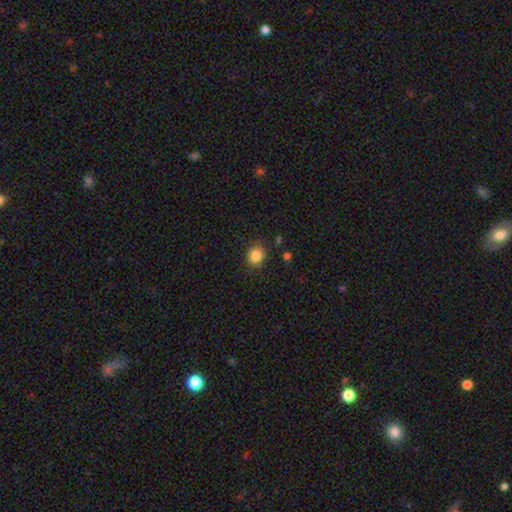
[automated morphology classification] Smooth or featured?
  - smooth: 85% *
  - star or artifact: 10%
  - featured or disk: 4%
How rounded?
  - round: 76% *
  - in between: 23%
  - cigar-shaped: 1%
Merging?
  - none: 87% *
  - minor disturbance: 8%
  - major disturbance: 2%
  - merger: 2%